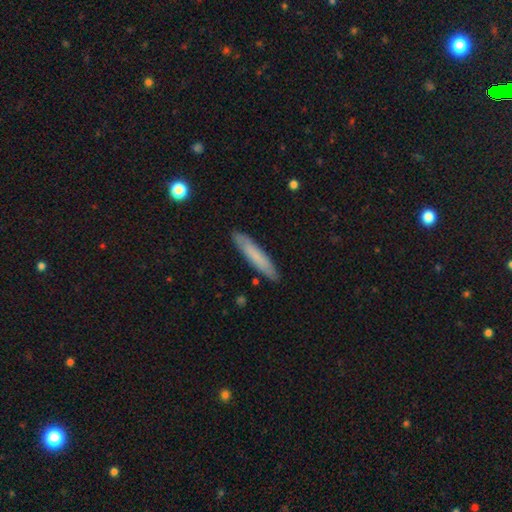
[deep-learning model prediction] smooth_or_featured: smooth (p=0.73) [alt: featured or disk p=0.21]
how_rounded: cigar-shaped (p=0.90) [alt: in between p=0.09]
merging: none (p=0.87) [alt: minor disturbance p=0.10]